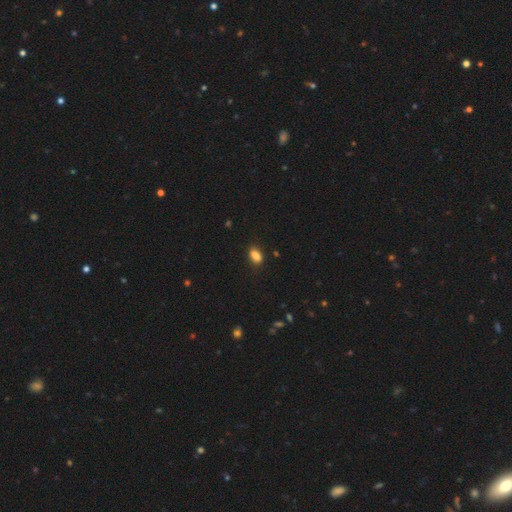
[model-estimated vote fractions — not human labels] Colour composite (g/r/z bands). It shows a smooth galaxy with no disk features (86%) that is in between round and cigar-shaped (87%). Merging: none (78%).